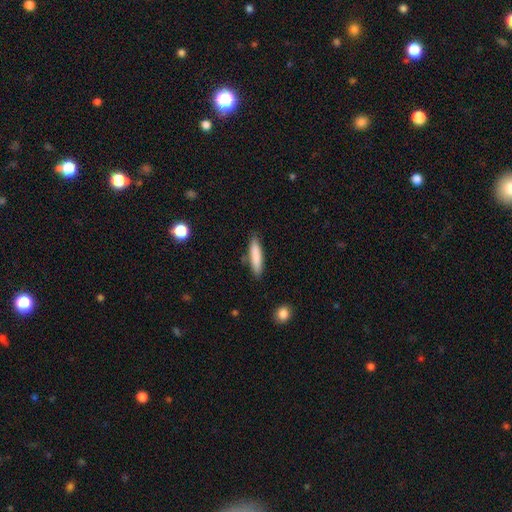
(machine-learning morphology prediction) type=smooth (83%); roundness=cigar-shaped (81%); merging=none (84%).